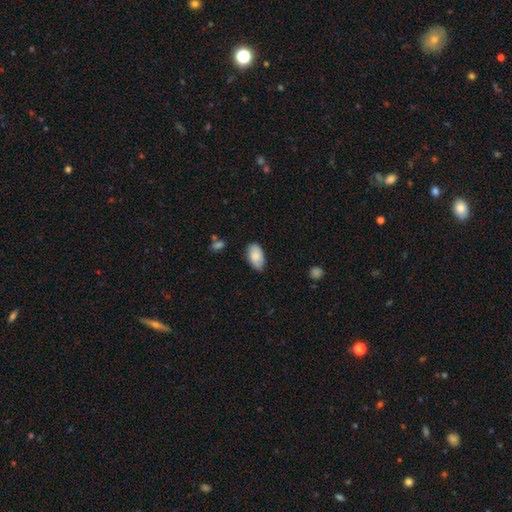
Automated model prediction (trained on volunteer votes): This appears to be a smooth galaxy with no disk features (84%) that is in between round and cigar-shaped (95%). Merging: none (79%).